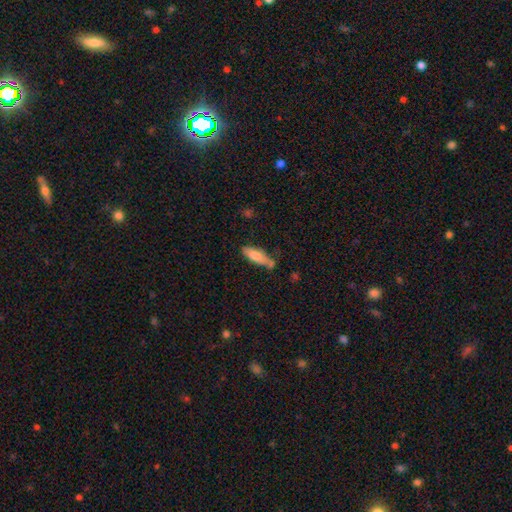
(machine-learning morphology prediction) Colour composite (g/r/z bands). It shows a smooth galaxy with no disk features (75%) that is in between round and cigar-shaped (50%). Merging: none (57%).